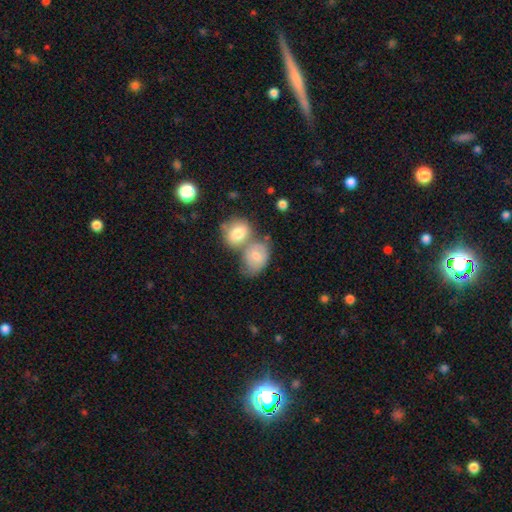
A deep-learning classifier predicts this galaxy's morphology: Q: Smooth or featured?
A: smooth (67%); runner-up: featured or disk (23%)
Q: How rounded?
A: in between (69%); runner-up: round (30%)
Q: Merging?
A: merger (47%); runner-up: none (33%)